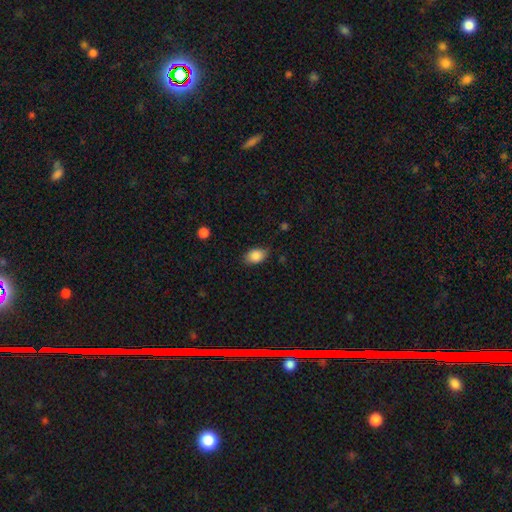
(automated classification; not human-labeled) This appears to be a smooth galaxy with no disk features (87%) that is in between round and cigar-shaped (85%). Merging: none (81%).